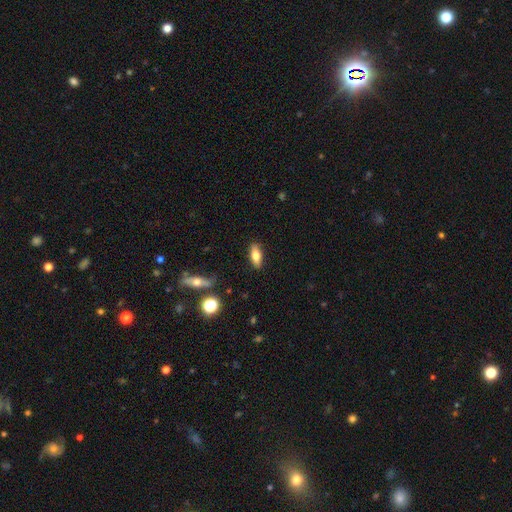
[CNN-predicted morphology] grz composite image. It shows a smooth galaxy with no disk features (69%) that is in between round and cigar-shaped (73%). Merging: none (87%).